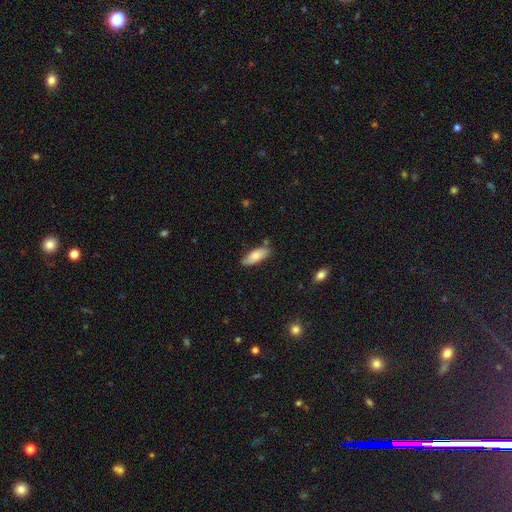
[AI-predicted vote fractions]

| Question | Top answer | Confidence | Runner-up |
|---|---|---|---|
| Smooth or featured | smooth | 77% | featured or disk (17%) |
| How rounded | in between | 77% | cigar-shaped (21%) |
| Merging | none | 74% | minor disturbance (20%) |